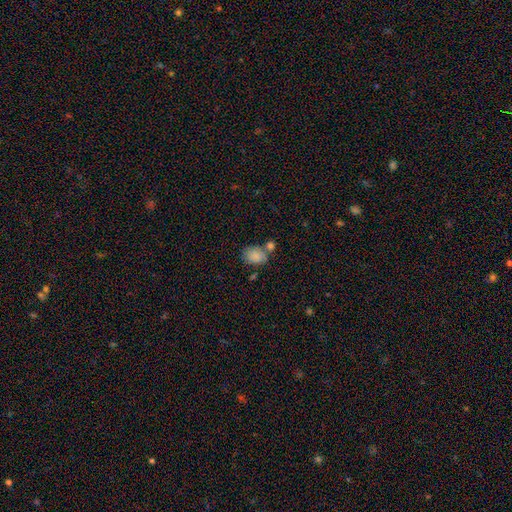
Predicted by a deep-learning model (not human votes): A smooth galaxy with no disk features (85%) that is in between round and cigar-shaped (67%).

Vote fractions:
- Smooth or featured? smooth: 85% / star or artifact: 8% / featured or disk: 7%
- How rounded? in between: 67% / round: 32% / cigar-shaped: 1%
- Merging? none: 52% / merger: 26% / minor disturbance: 17% / major disturbance: 5%